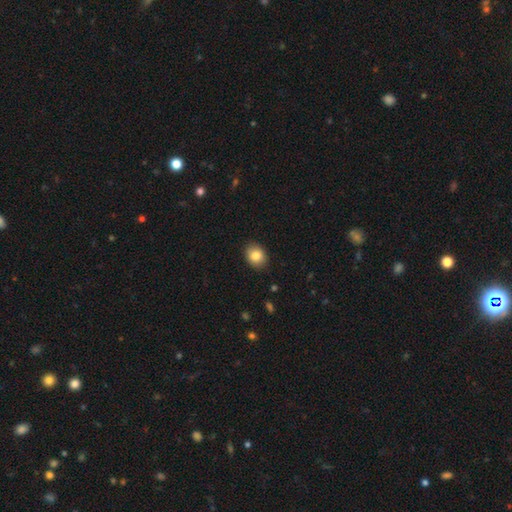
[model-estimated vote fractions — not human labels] The model was most divided on "how rounded" (2-way tie): in between: 50%, round: 50%, cigar-shaped: 1%. More confident: merging — none (89%); smooth or featured — smooth (83%).